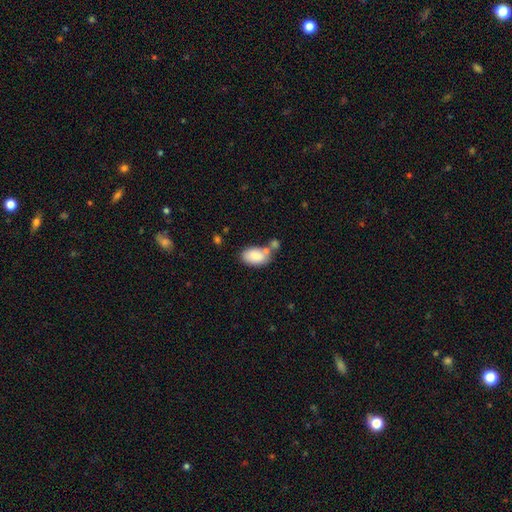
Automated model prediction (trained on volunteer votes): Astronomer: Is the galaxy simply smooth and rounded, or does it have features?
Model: smooth — 84%.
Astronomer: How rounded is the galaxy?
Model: in between — 92%.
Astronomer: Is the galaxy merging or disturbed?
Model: none — 49% (runner-up: merger, 27%).